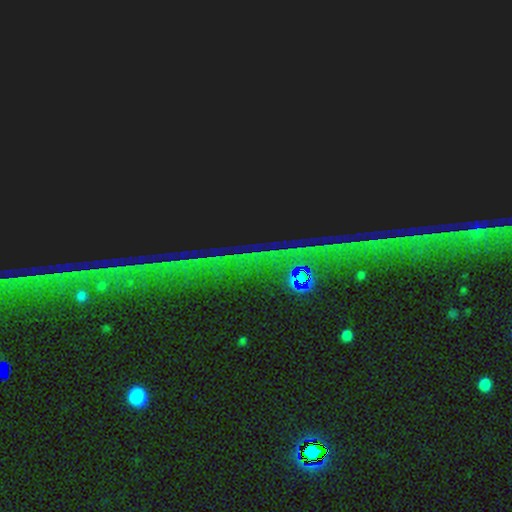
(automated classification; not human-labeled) A star or artifact, not a galaxy (85%).

Vote fractions:
- Smooth or featured? star or artifact: 85% / featured or disk: 8% / smooth: 7%